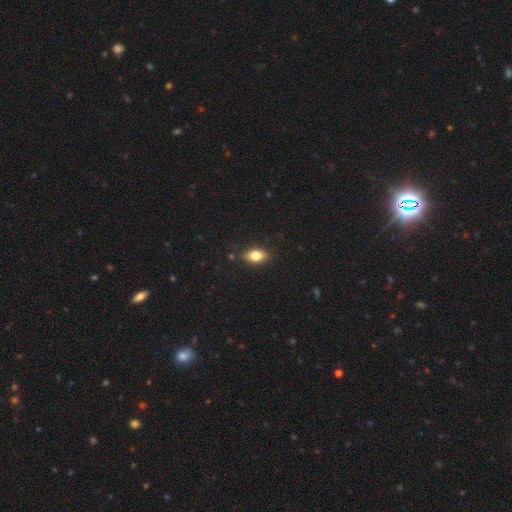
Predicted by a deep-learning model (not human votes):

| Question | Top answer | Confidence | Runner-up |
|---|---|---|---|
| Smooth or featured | smooth | 79% | featured or disk (12%) |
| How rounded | in between | 85% | round (10%) |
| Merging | none | 84% | minor disturbance (12%) |